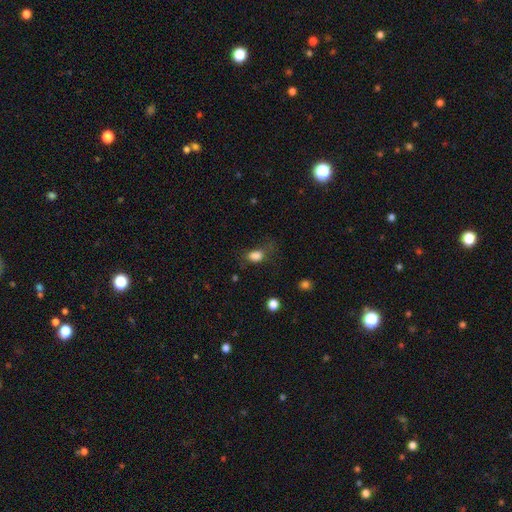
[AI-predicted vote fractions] smooth 82%, star or artifact 11%, featured or disk 7%. Down the decision tree: how rounded — in between (73%); merging — none (49%).